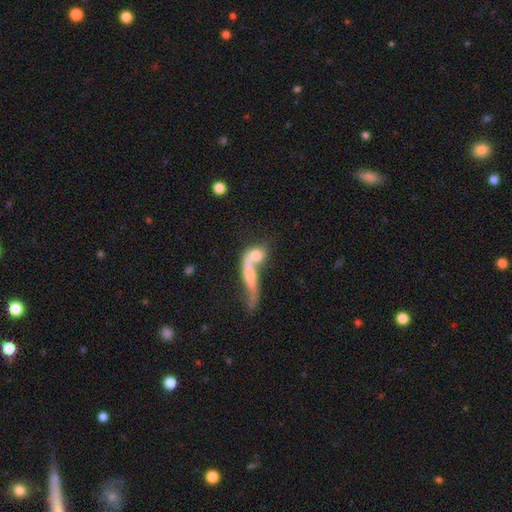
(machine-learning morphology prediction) Overall: smooth (60%; featured or disk 32%). How rounded: in between (46%; round 29%). Merging: merger (63%).